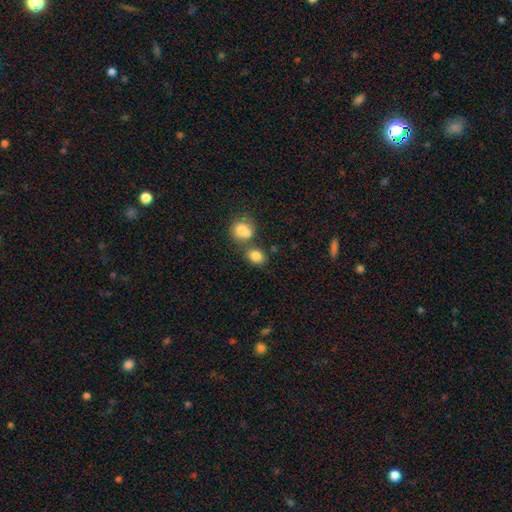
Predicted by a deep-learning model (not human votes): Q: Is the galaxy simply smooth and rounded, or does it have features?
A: smooth — 83%.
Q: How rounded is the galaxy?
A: round — 54%.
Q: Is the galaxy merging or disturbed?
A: none — 57%.